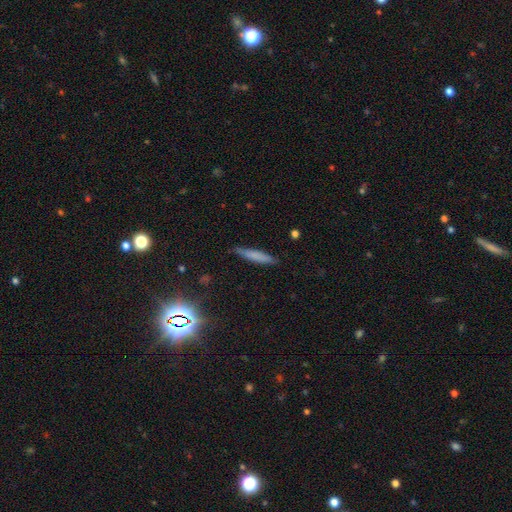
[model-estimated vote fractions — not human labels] Smooth or featured?
  - smooth: 70% *
  - featured or disk: 21%
  - star or artifact: 10%
How rounded?
  - cigar-shaped: 88% *
  - in between: 10%
  - round: 2%
Merging?
  - none: 81% *
  - minor disturbance: 15%
  - major disturbance: 3%
  - merger: 2%